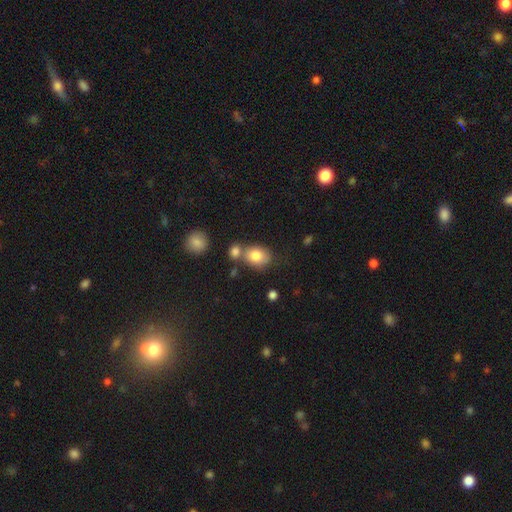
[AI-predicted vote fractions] Smooth or featured? smooth (81%)
How rounded? in between (57%)
Merging? none (52%)